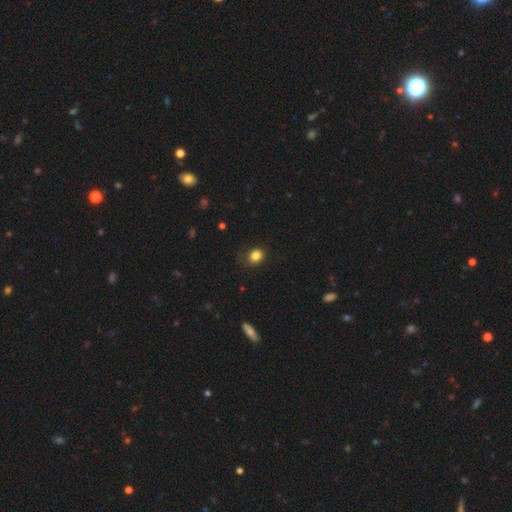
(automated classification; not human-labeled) smooth_or_featured: smooth (p=0.84) [alt: star or artifact p=0.11]
how_rounded: round (p=0.62) [alt: in between p=0.38]
merging: none (p=0.77) [alt: minor disturbance p=0.17]